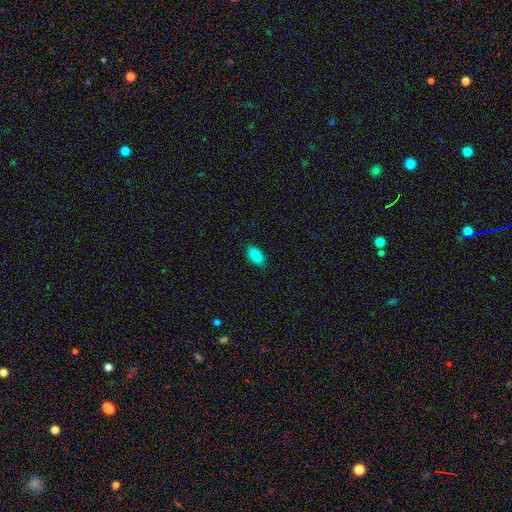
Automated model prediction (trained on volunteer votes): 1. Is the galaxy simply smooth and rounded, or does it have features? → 86% smooth, 8% star or artifact, 6% featured or disk.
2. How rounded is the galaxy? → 93% in between, 3% cigar-shaped, 3% round.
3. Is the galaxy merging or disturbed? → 88% none, 9% minor disturbance, 2% major disturbance, 1% merger.